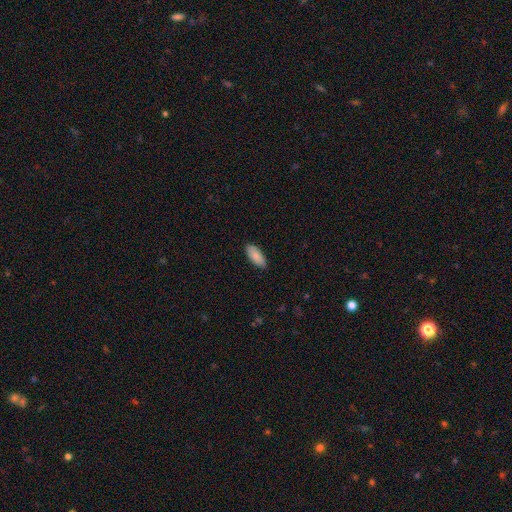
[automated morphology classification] smooth_or_featured: smooth (p=0.88) [alt: featured or disk p=0.07]
how_rounded: in between (p=0.87) [alt: cigar-shaped p=0.12]
merging: none (p=0.88) [alt: minor disturbance p=0.09]